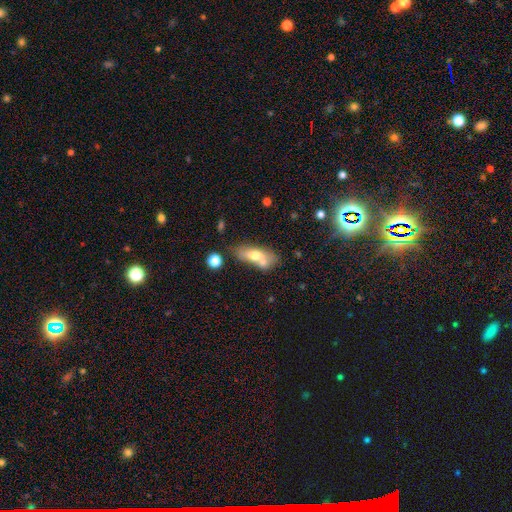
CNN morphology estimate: Overall: smooth (62%; featured or disk 30%). How rounded: in between (71%). Merging: none (41%; merger 37%).